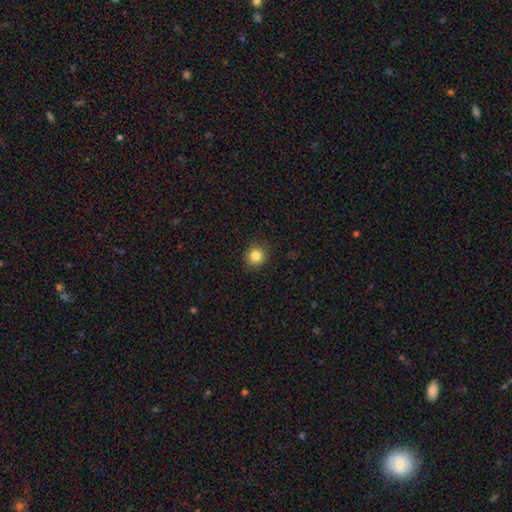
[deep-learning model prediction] Smooth or featured?
  - smooth: 84% *
  - star or artifact: 11%
  - featured or disk: 5%
How rounded?
  - round: 91% *
  - in between: 8%
  - cigar-shaped: 1%
Merging?
  - none: 90% *
  - minor disturbance: 7%
  - major disturbance: 2%
  - merger: 1%